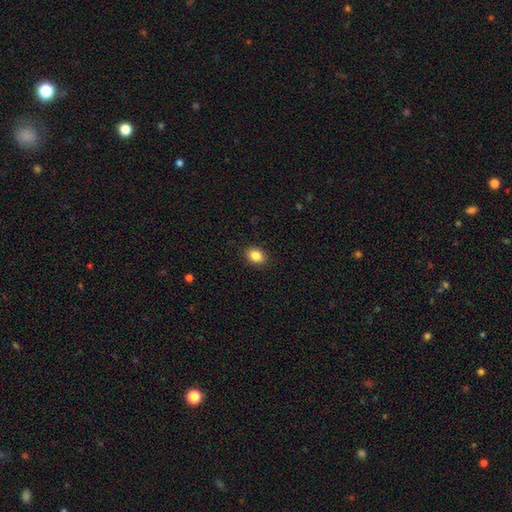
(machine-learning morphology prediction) A smooth galaxy with no disk features (86%) that is in between round and cigar-shaped (58%).

Vote fractions:
- Smooth or featured? smooth: 86% / star or artifact: 9% / featured or disk: 5%
- How rounded? in between: 58% / round: 41% / cigar-shaped: 1%
- Merging? none: 90% / minor disturbance: 7% / major disturbance: 2% / merger: 1%